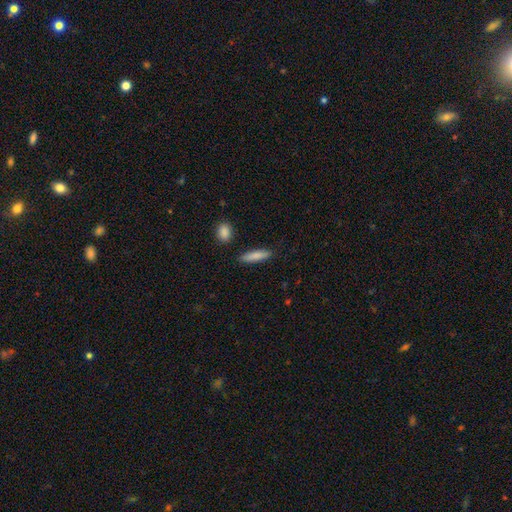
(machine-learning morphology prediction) smooth-or-featured: smooth: 84% | featured or disk: 11% | star or artifact: 6%
  how-rounded: cigar-shaped: 76% | in between: 22% | round: 2%
  merging: none: 88% | minor disturbance: 8% | merger: 2% | major disturbance: 2%